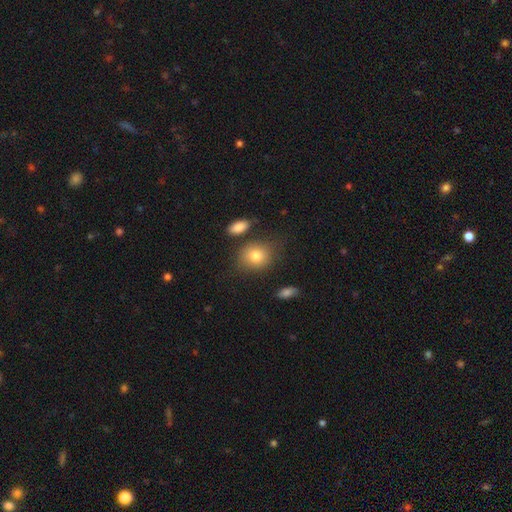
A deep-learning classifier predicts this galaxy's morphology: type=smooth (80%); roundness=round (58%); merging=none (70%).